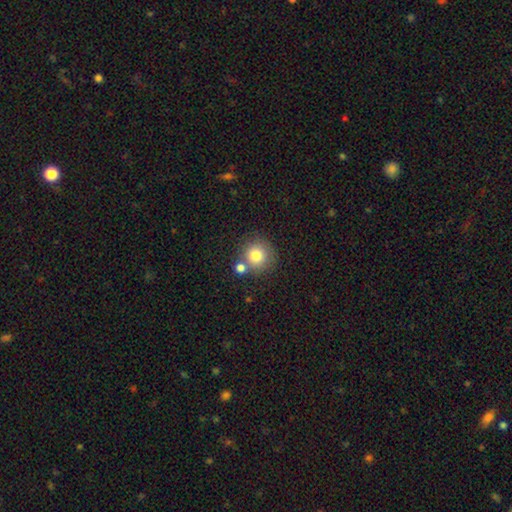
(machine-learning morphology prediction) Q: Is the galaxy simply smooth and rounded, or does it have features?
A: smooth — 80%.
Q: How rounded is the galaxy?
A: round — 93%.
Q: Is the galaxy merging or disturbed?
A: none — 68%.